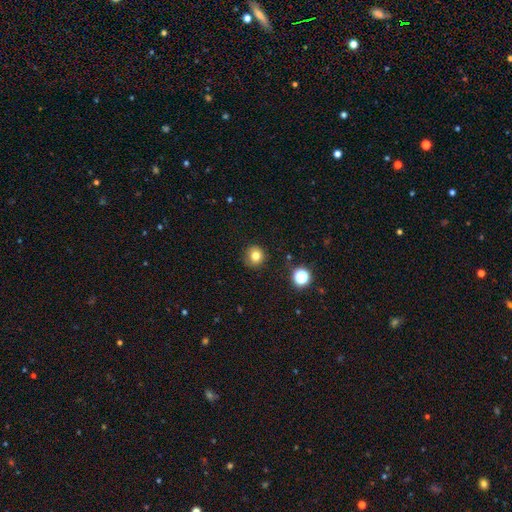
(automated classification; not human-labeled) A smooth galaxy with no disk features (80%) that is round (90%).

Vote fractions:
- Smooth or featured? smooth: 80% / star or artifact: 14% / featured or disk: 7%
- How rounded? round: 90% / in between: 9% / cigar-shaped: 1%
- Merging? none: 87% / minor disturbance: 9% / major disturbance: 2% / merger: 1%